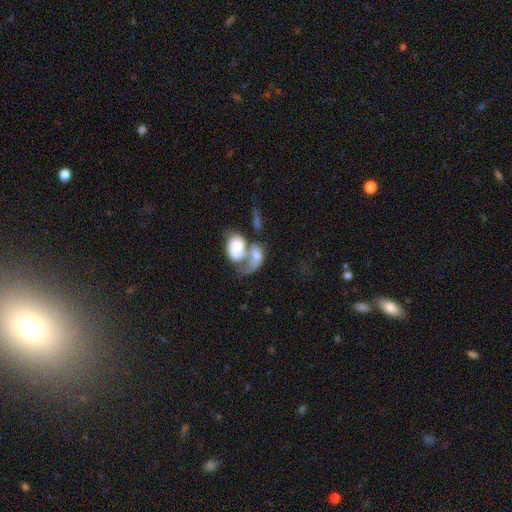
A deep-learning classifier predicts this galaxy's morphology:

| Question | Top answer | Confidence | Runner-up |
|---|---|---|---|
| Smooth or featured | smooth | 60% | featured or disk (32%) |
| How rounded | in between | 84% | round (14%) |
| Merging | merger | 69% | major disturbance (16%) |